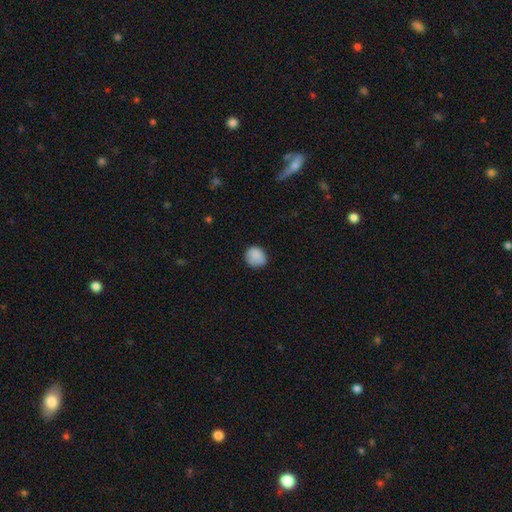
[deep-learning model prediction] smooth 87%, star or artifact 8%, featured or disk 5%. Down the decision tree: how rounded — round (79%); merging — none (77%).